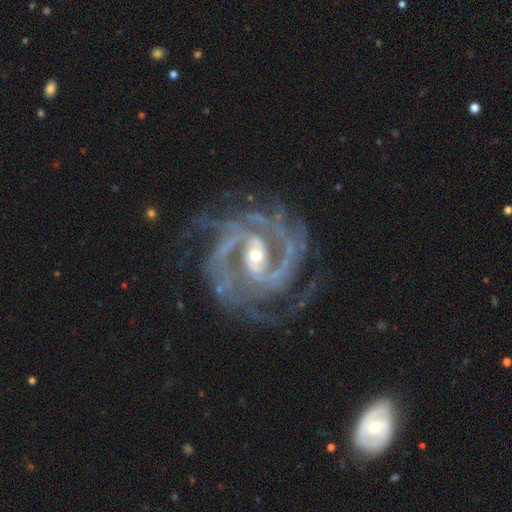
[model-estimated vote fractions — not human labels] Smooth or featured: featured or disk — 93% (star or artifact — 4%)
Edge-on disk: no — 98% (yes — 2%)
Bar: weak — 36% (no — 35%)
Spiral arms: yes — 98% (no — 2%)
Spiral winding: medium — 47% (tight — 41%)
Spiral arm count: 2 — 46% (3 — 19%)
Bulge size: moderate — 55% (small — 39%)
Merging: none — 62% (major disturbance — 18%)